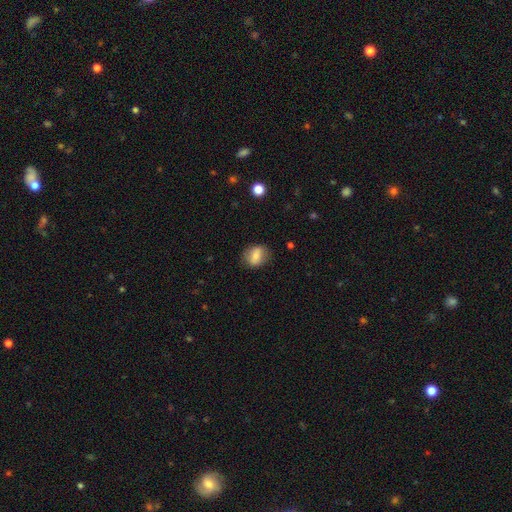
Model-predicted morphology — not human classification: Smooth or featured? smooth (70%)
How rounded? in between (55%)
Merging? none (77%)